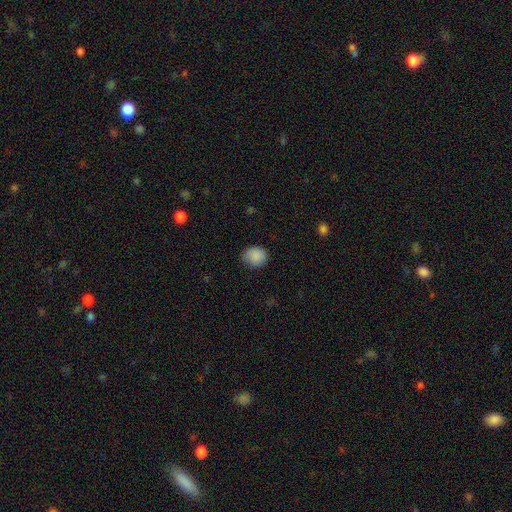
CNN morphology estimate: type=smooth (88%); roundness=round (68%); merging=none (77%).